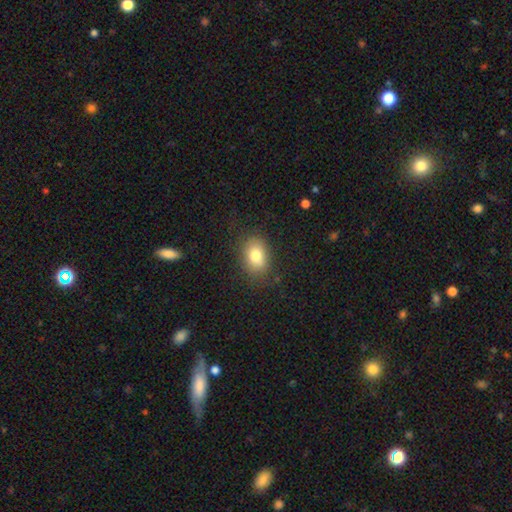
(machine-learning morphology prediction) smooth-or-featured: smooth: 80% | featured or disk: 11% | star or artifact: 9%
  how-rounded: in between: 74% | round: 25% | cigar-shaped: 1%
  merging: none: 81% | minor disturbance: 13% | major disturbance: 5% | merger: 1%